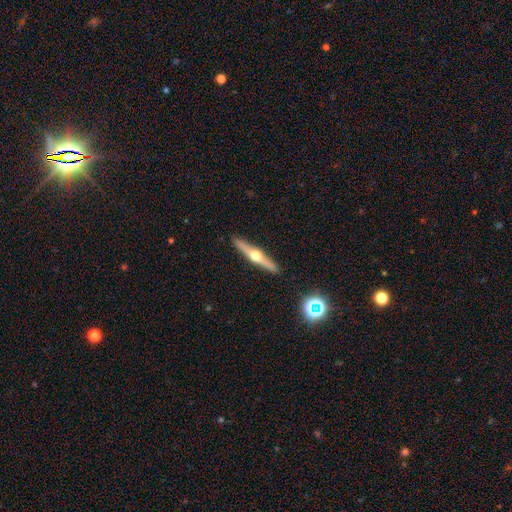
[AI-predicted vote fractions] Smooth or featured? Predicted: featured or disk (p=0.72). Edge-on disk? Predicted: yes (p=0.97). Edge-on bulge? Predicted: rounded (p=0.96). Merging? Predicted: none (p=0.92).